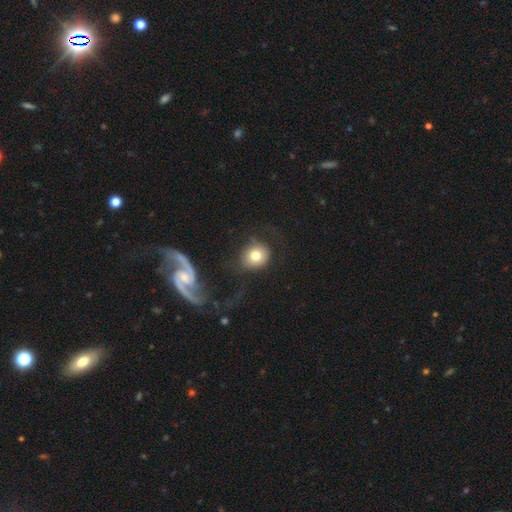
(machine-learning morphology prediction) smooth_or_featured: smooth (p=0.75) [alt: featured or disk p=0.16]
how_rounded: round (p=0.80) [alt: in between p=0.19]
merging: none (p=0.61) [alt: minor disturbance p=0.17]